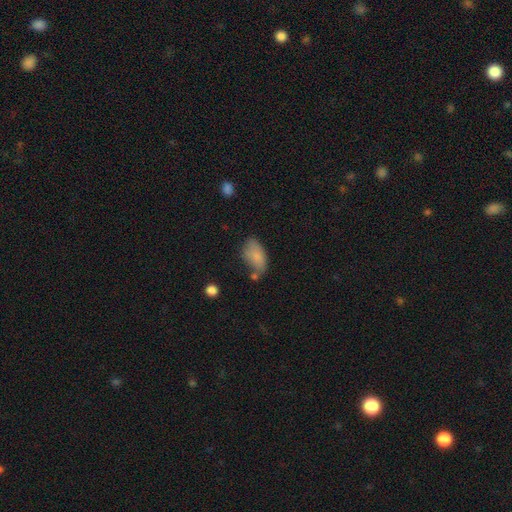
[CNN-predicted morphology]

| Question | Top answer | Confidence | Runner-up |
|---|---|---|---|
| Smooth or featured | smooth | 82% | featured or disk (10%) |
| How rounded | in between | 92% | round (4%) |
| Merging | none | 52% | minor disturbance (28%) |